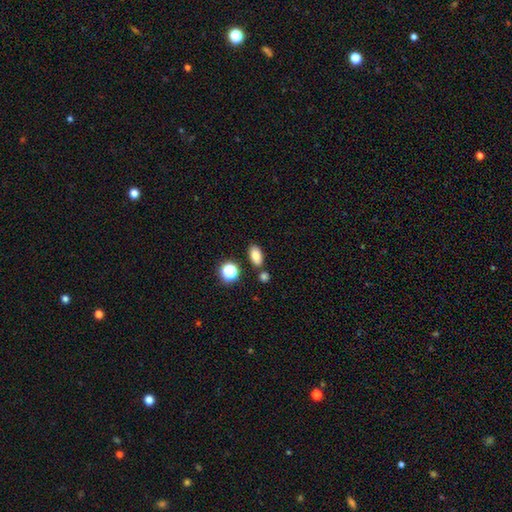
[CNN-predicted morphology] This appears to be a smooth galaxy with no disk features (80%) that is in between round and cigar-shaped (87%). Merging: none (78%).